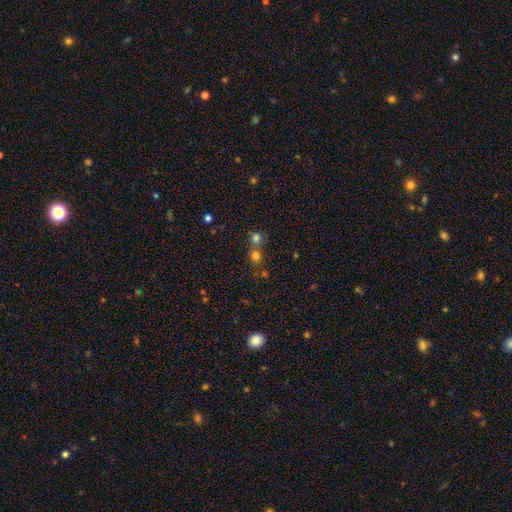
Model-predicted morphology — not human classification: This appears to be a smooth galaxy with no disk features (69%) that is round (81%). Merging: none (48%).